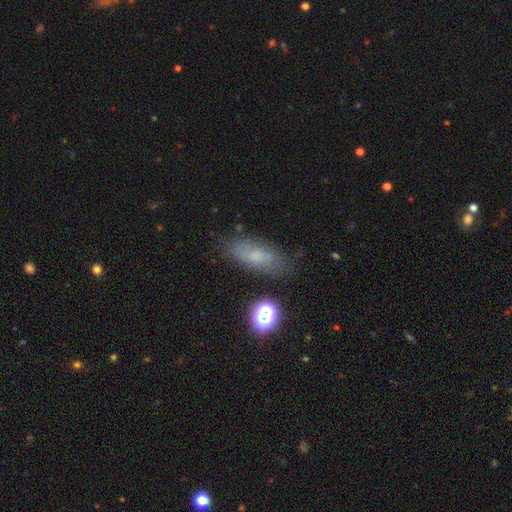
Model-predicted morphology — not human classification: Smooth or featured?
  - smooth: 64% *
  - featured or disk: 21%
  - star or artifact: 15%
How rounded?
  - in between: 70% *
  - cigar-shaped: 24%
  - round: 5%
Merging?
  - none: 73% *
  - minor disturbance: 18%
  - major disturbance: 6%
  - merger: 3%